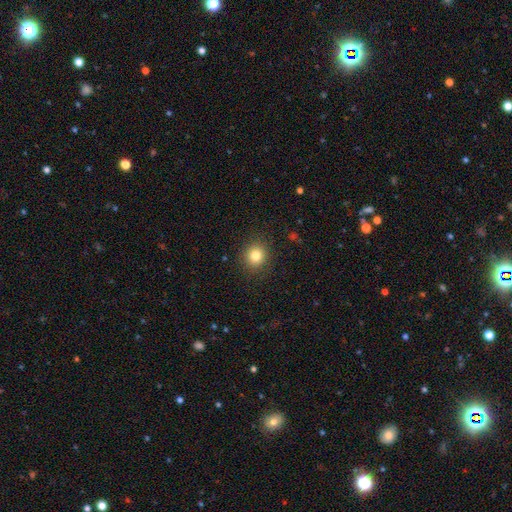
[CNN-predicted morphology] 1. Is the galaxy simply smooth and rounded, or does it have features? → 82% smooth, 12% star or artifact, 7% featured or disk.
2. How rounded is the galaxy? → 85% round, 14% in between, 1% cigar-shaped.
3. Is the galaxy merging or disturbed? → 89% none, 7% minor disturbance, 3% major disturbance, 1% merger.